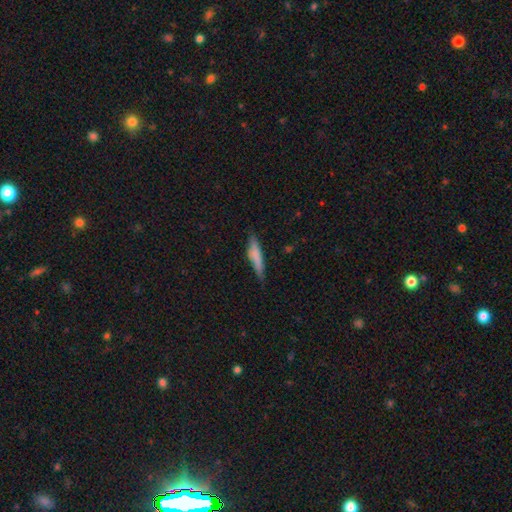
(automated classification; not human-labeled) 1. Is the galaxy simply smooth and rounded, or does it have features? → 67% smooth, 27% featured or disk, 7% star or artifact.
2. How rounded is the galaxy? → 83% cigar-shaped, 15% in between, 2% round.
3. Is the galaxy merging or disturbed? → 72% none, 21% minor disturbance, 4% major disturbance, 2% merger.